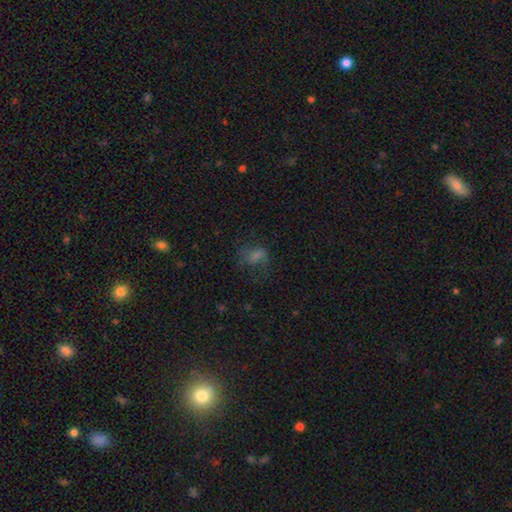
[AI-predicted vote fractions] The model was most divided on "smooth or featured": smooth: 48%, star or artifact: 27%, featured or disk: 24%. More confident: merging — none (52%).